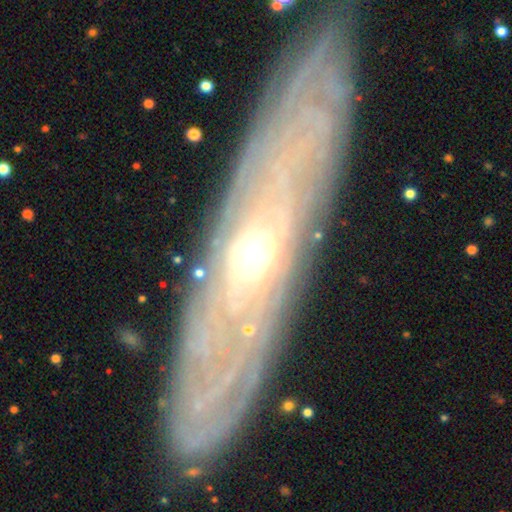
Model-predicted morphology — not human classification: A featured or disk galaxy (80%) with no bar (70%), spiral arms (58%) and a moderate central bulge (67%). Merging: none (79%).